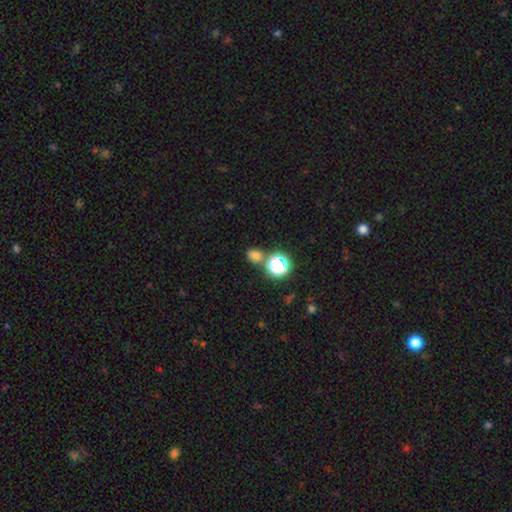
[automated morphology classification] Smooth or featured? Predicted: smooth (p=0.67). How rounded? Predicted: round (p=0.55). Merging? Predicted: none (p=0.71).